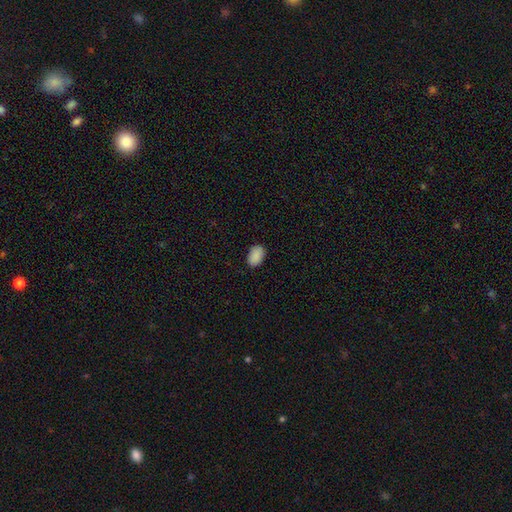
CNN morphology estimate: type=smooth (90%); roundness=in between (88%); merging=none (86%).